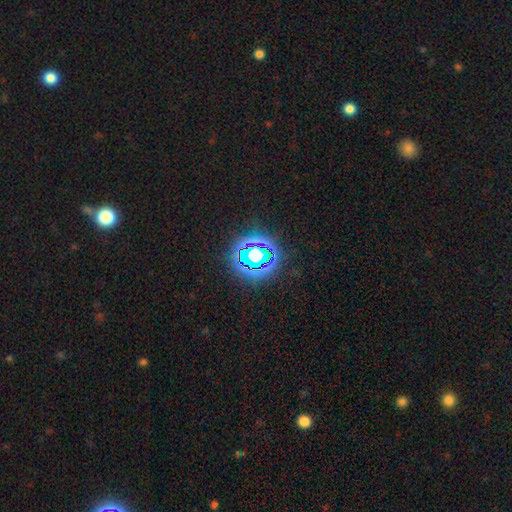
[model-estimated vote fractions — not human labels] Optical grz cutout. It shows a star or artifact, not a galaxy (64%).